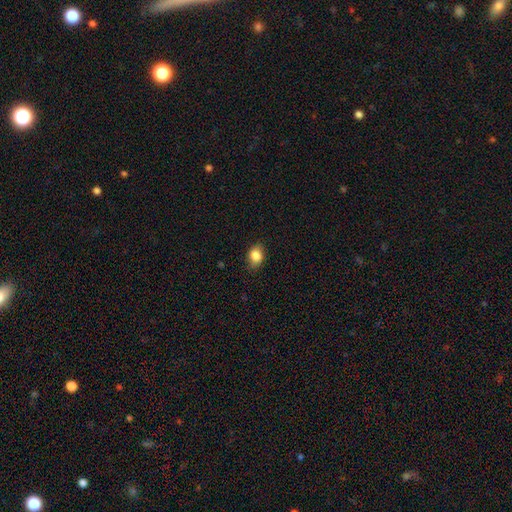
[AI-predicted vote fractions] smooth 86%, star or artifact 9%, featured or disk 6%. Down the decision tree: how rounded — in between (65%); merging — none (82%).